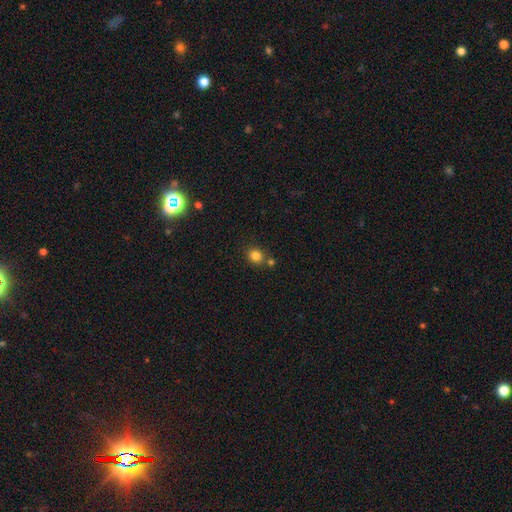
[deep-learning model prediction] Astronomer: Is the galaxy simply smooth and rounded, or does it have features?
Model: smooth — 82%.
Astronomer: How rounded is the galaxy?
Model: round — 78%.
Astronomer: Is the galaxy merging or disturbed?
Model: none — 72%.